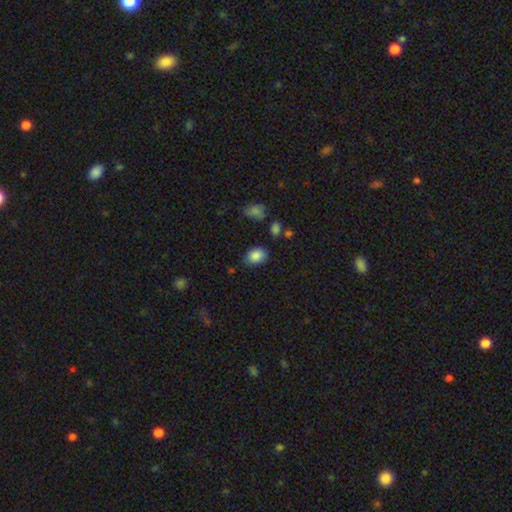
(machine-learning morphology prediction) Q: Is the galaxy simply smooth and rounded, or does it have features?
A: smooth — 86%.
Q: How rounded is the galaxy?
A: in between — 69%.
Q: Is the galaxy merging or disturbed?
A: none — 74%.